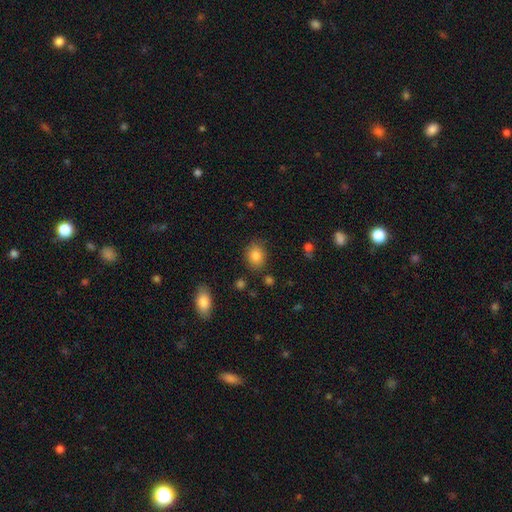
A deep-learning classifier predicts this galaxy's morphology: A smooth galaxy with no disk features (85%) that is round (51%).

Vote fractions:
- Smooth or featured? smooth: 85% / star or artifact: 9% / featured or disk: 6%
- How rounded? round: 51% / in between: 48% / cigar-shaped: 1%
- Merging? none: 80% / minor disturbance: 13% / major disturbance: 4% / merger: 3%